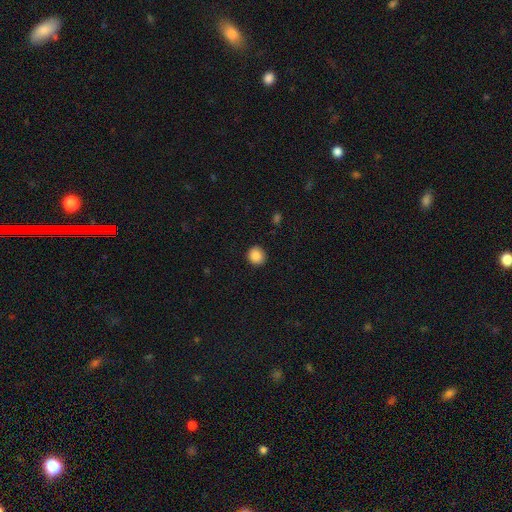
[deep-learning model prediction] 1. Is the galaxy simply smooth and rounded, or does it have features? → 88% smooth, 9% star or artifact, 3% featured or disk.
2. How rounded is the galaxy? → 88% round, 12% in between, 1% cigar-shaped.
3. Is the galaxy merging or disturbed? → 91% none, 6% minor disturbance, 2% major disturbance, 1% merger.